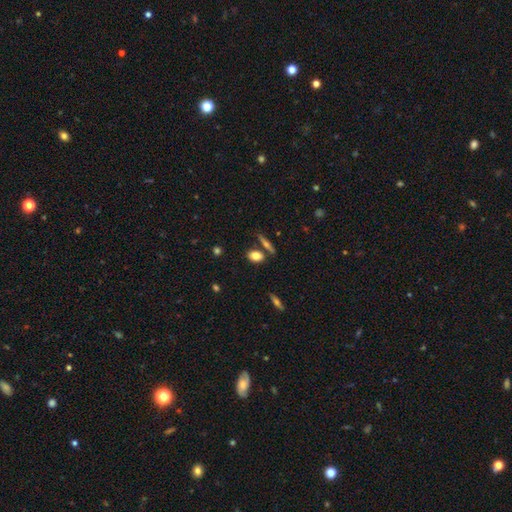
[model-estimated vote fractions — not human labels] smooth 78%, featured or disk 14%, star or artifact 9%. Down the decision tree: how rounded — in between (75%); merging — none (69%).